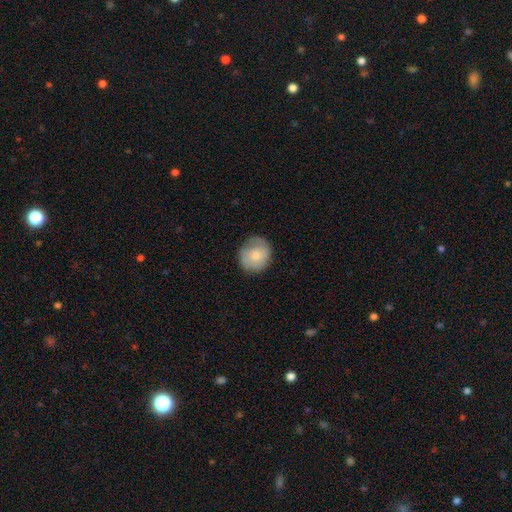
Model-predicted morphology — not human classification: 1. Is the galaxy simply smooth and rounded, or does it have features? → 74% smooth, 19% featured or disk, 7% star or artifact.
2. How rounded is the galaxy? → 84% round, 15% in between, 1% cigar-shaped.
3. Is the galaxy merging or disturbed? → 77% none, 18% minor disturbance, 5% major disturbance, 1% merger.